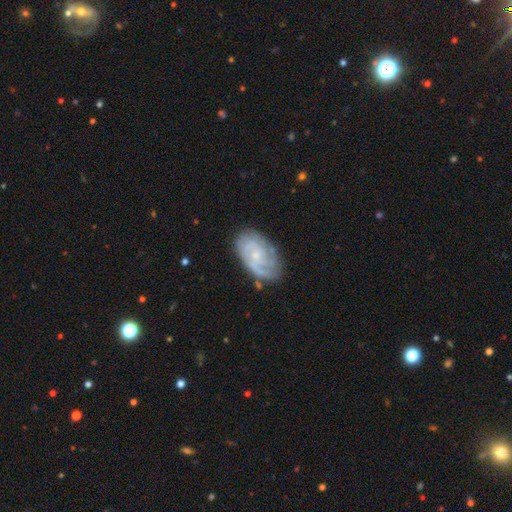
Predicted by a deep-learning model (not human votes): A featured or disk galaxy (76%) with no bar (69%), tight (56%) spiral arms (92%) and a small central bulge (70%). Merging: none (69%).